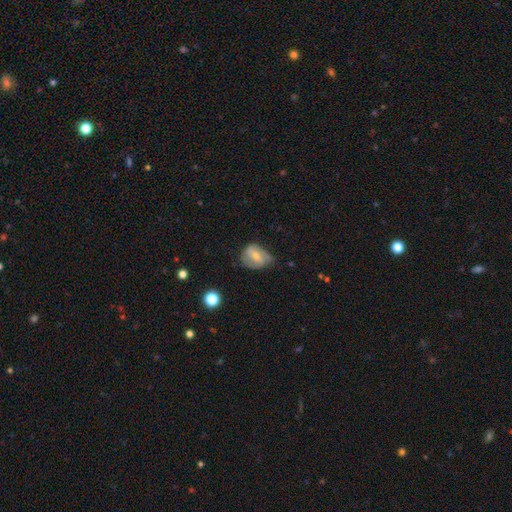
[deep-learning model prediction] Overall: featured or disk (49%; smooth 44%). Merging: none (42%; minor disturbance 39%).